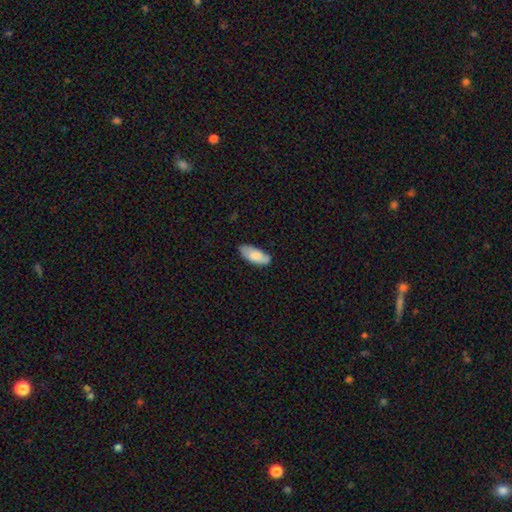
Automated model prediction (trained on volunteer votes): Overall: smooth (79%). How rounded: in between (85%). Merging: none (74%).